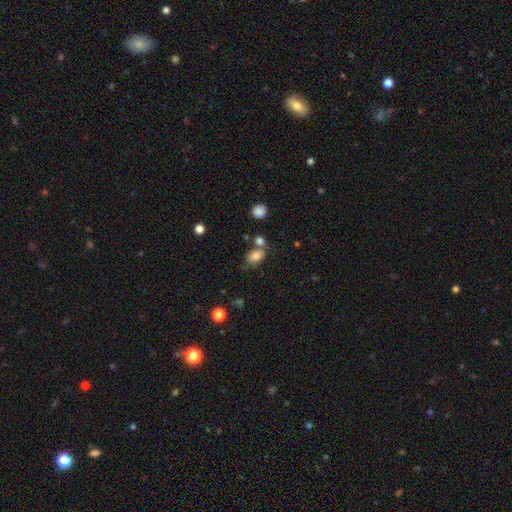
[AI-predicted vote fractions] Smooth or featured: smooth — 81% (star or artifact — 10%)
How rounded: in between — 77% (round — 22%)
Merging: none — 56% (merger — 21%)